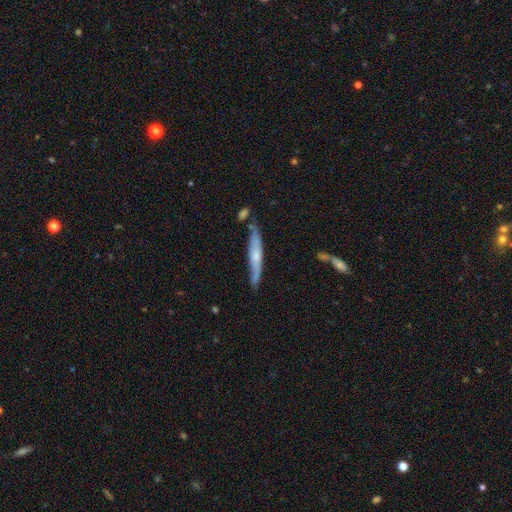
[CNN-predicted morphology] A featured or disk galaxy (55%) viewed edge-on (85%).

Vote fractions:
- Smooth or featured? featured or disk: 55% / smooth: 40% / star or artifact: 6%
- Edge-on disk? yes: 85% / no: 15%
- Merging? none: 70% / minor disturbance: 19% / merger: 7% / major disturbance: 4%